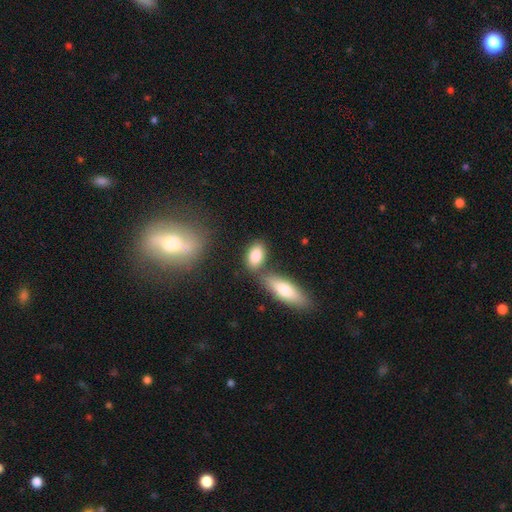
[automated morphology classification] type=smooth (84%); roundness=in between (88%); merging=none (61%).